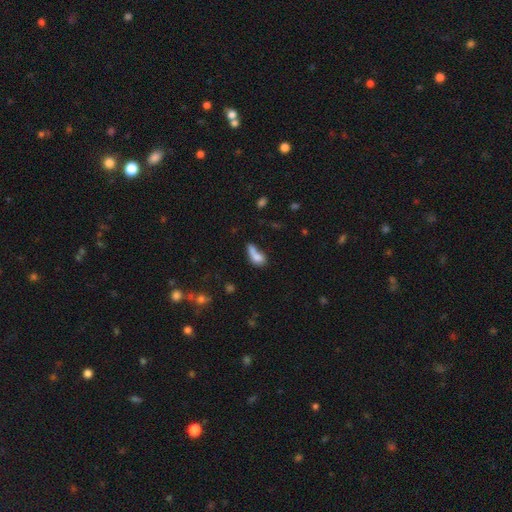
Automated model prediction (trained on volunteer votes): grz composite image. It shows a smooth galaxy with no disk features (73%) that is in between round and cigar-shaped (70%). Merging: merger (49%).